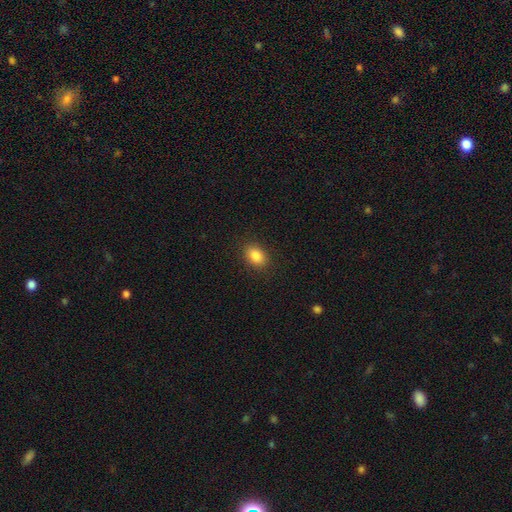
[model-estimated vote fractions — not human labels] Smooth or featured: smooth — 86% (star or artifact — 9%)
How rounded: in between — 76% (round — 23%)
Merging: none — 88% (minor disturbance — 9%)